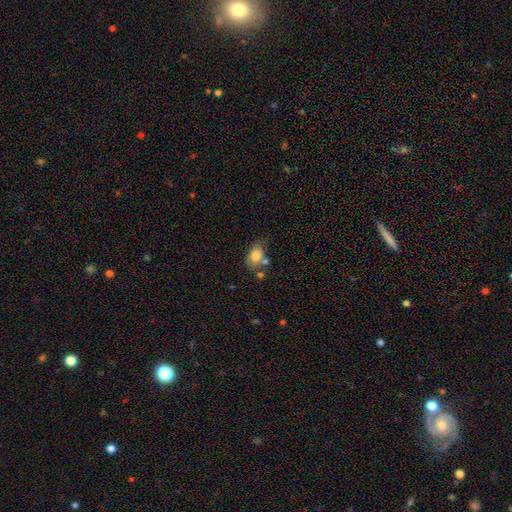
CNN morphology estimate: Smooth or featured: smooth — 78% (featured or disk — 14%)
How rounded: in between — 81% (round — 17%)
Merging: none — 52% (minor disturbance — 22%)